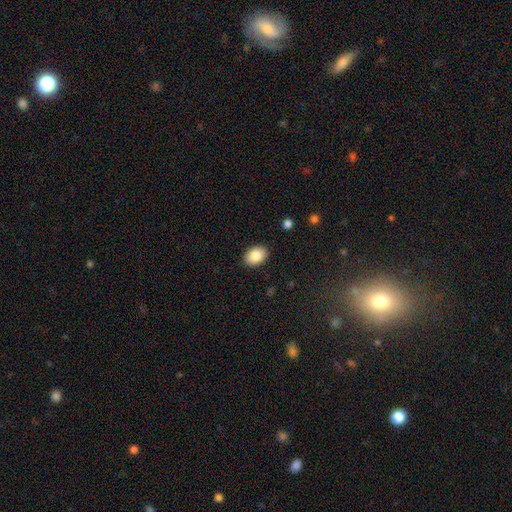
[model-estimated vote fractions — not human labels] Smooth or featured? Predicted: smooth (p=0.87). How rounded? Predicted: in between (p=0.76). Merging? Predicted: none (p=0.89).